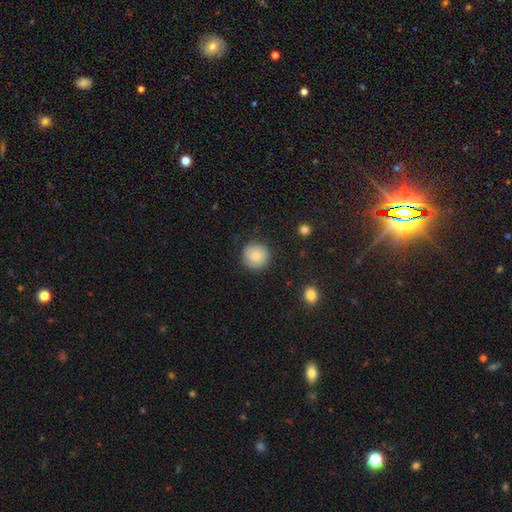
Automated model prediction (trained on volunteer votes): A smooth galaxy with no disk features (78%) that is round (95%). Merging: none (85%).